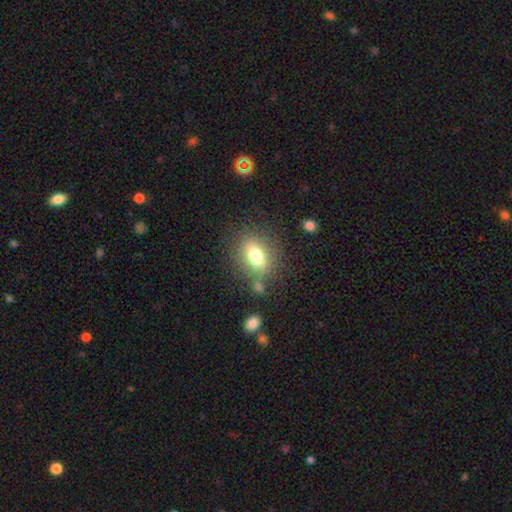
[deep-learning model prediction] smooth_or_featured: smooth (p=0.73) [alt: featured or disk p=0.16]
how_rounded: in between (p=0.66) [alt: round p=0.30]
merging: none (p=0.76) [alt: minor disturbance p=0.12]